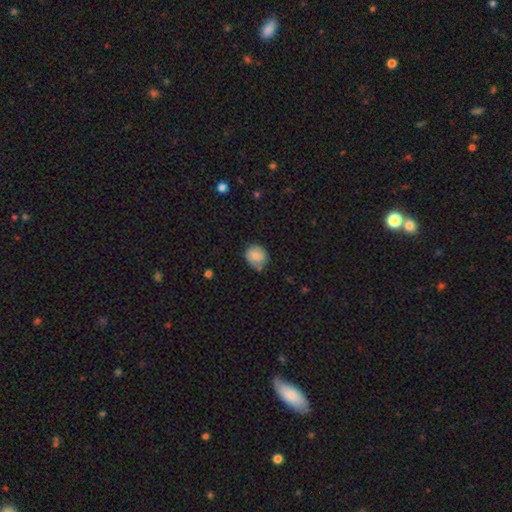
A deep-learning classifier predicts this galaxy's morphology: A smooth galaxy with no disk features (76%) that is round (73%). Merging: none (70%).